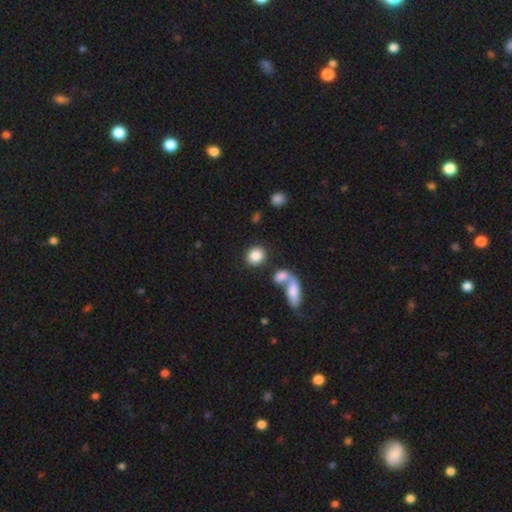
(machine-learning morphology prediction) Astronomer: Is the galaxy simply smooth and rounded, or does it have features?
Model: smooth — 84%.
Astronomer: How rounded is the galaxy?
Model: round — 75%.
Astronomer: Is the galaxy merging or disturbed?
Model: none — 70%.